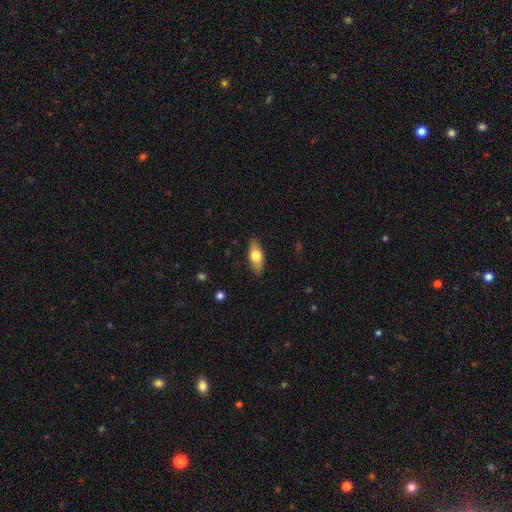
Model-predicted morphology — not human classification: smooth_or_featured: smooth (p=0.66) [alt: featured or disk p=0.28]
how_rounded: in between (p=0.77) [alt: cigar-shaped p=0.20]
merging: none (p=0.86) [alt: minor disturbance p=0.11]